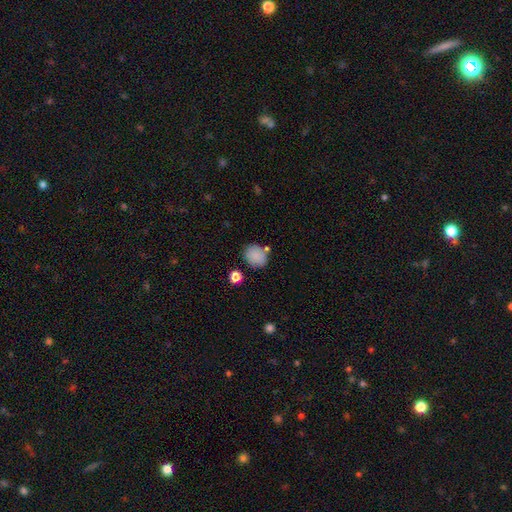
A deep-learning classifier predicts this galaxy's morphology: Smooth or featured? Predicted: smooth (p=0.86). How rounded? Predicted: round (p=0.65). Merging? Predicted: none (p=0.74).